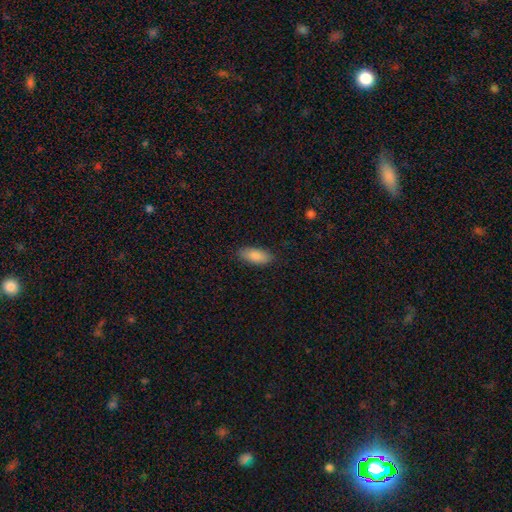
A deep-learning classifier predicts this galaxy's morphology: smooth-or-featured: smooth: 88% | star or artifact: 6% | featured or disk: 6%
  how-rounded: in between: 83% | cigar-shaped: 15% | round: 2%
  merging: none: 86% | minor disturbance: 11% | major disturbance: 2% | merger: 1%